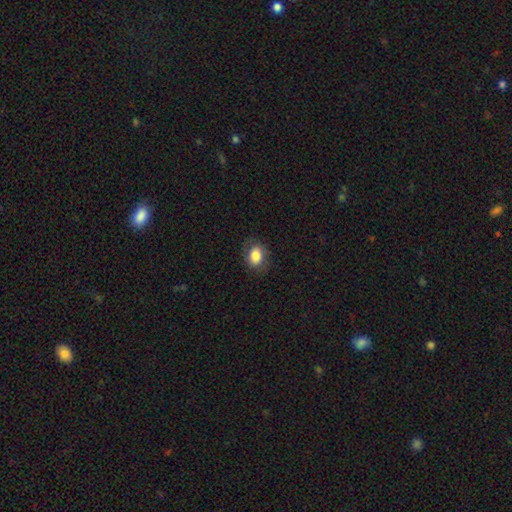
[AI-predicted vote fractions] Q: Smooth or featured?
A: smooth (82%); runner-up: featured or disk (10%)
Q: How rounded?
A: in between (66%); runner-up: round (33%)
Q: Merging?
A: none (79%); runner-up: minor disturbance (15%)